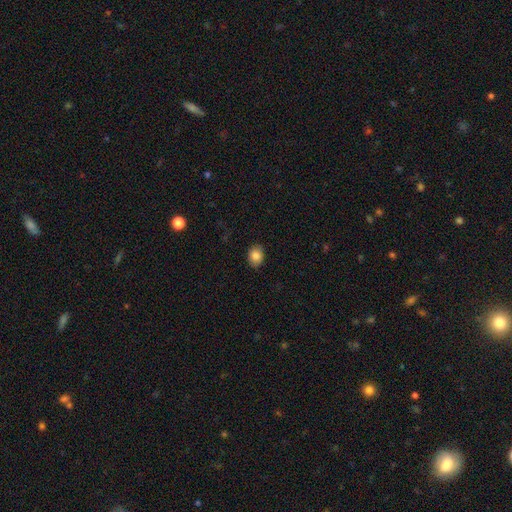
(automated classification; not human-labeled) This appears to be a smooth galaxy with no disk features (85%) that is in between round and cigar-shaped (62%). Merging: none (87%).